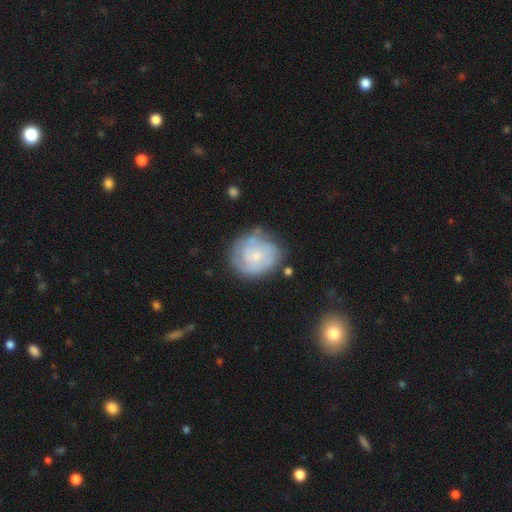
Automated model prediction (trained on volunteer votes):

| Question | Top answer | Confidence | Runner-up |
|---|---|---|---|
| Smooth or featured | featured or disk | 63% | smooth (31%) |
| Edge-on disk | no | 98% | yes (2%) |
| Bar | no | 74% | weak (23%) |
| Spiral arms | yes | 78% | no (22%) |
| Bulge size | small | 57% | moderate (33%) |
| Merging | none | 63% | minor disturbance (23%) |